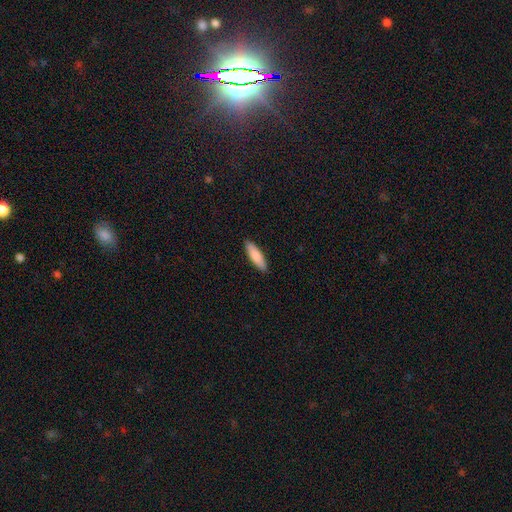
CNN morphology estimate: Smooth or featured? smooth (83%)
How rounded? cigar-shaped (66%)
Merging? none (90%)